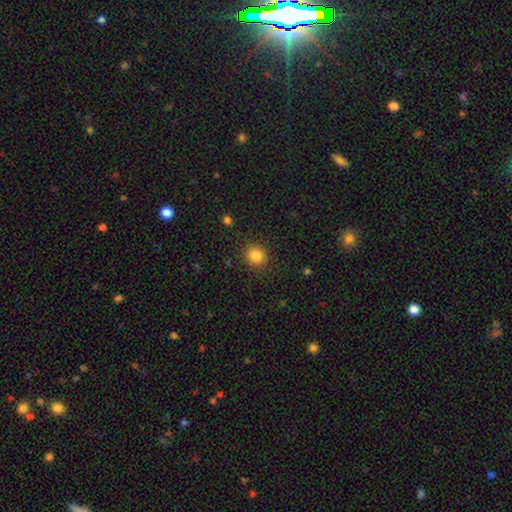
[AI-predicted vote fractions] smooth-or-featured: smooth: 84% | star or artifact: 11% | featured or disk: 5%
  how-rounded: round: 86% | in between: 13% | cigar-shaped: 1%
  merging: none: 88% | minor disturbance: 8% | major disturbance: 3% | merger: 1%